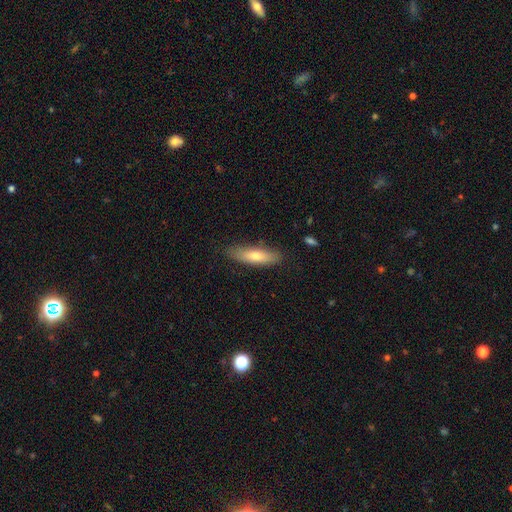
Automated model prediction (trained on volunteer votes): smooth-or-featured: smooth: 70% | featured or disk: 24% | star or artifact: 6%
  how-rounded: cigar-shaped: 59% | in between: 40% | round: 2%
  merging: none: 82% | minor disturbance: 14% | major disturbance: 2% | merger: 1%